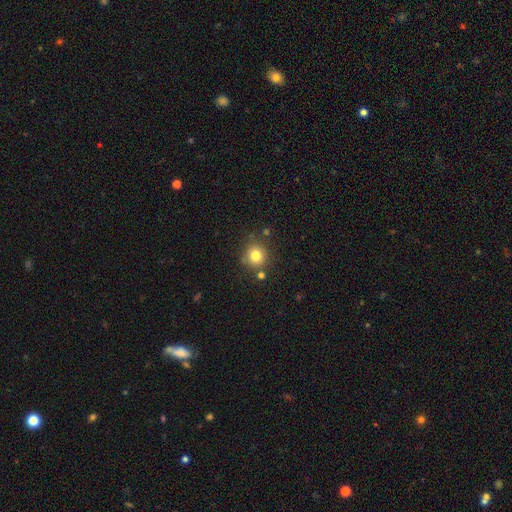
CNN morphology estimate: Smooth or featured?
  - smooth: 79% *
  - star or artifact: 13%
  - featured or disk: 8%
How rounded?
  - round: 92% *
  - in between: 7%
  - cigar-shaped: 1%
Merging?
  - none: 79% *
  - minor disturbance: 10%
  - merger: 8%
  - major disturbance: 3%